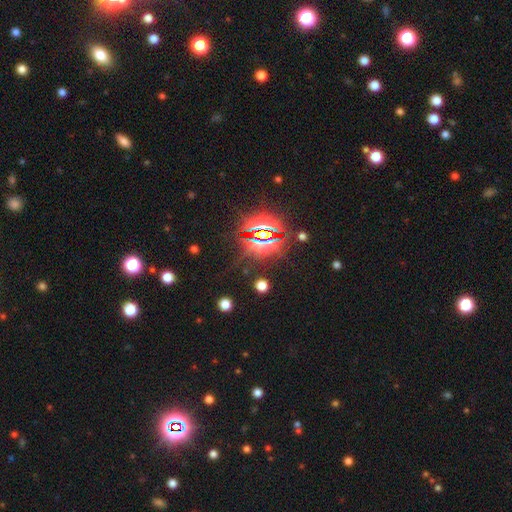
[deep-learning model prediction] A star or artifact, not a galaxy (84%).